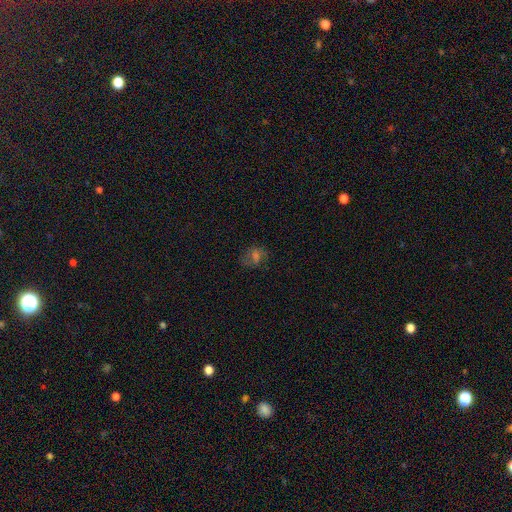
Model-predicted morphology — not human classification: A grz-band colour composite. It shows a smooth galaxy with no disk features (50%). Merging: none (68%).